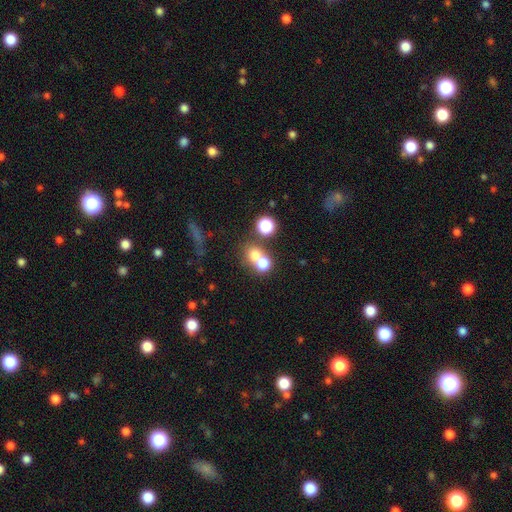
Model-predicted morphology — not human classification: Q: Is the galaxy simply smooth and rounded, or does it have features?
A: smooth — 69%.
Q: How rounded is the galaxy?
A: round — 80%.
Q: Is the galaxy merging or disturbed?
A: merger — 50%.